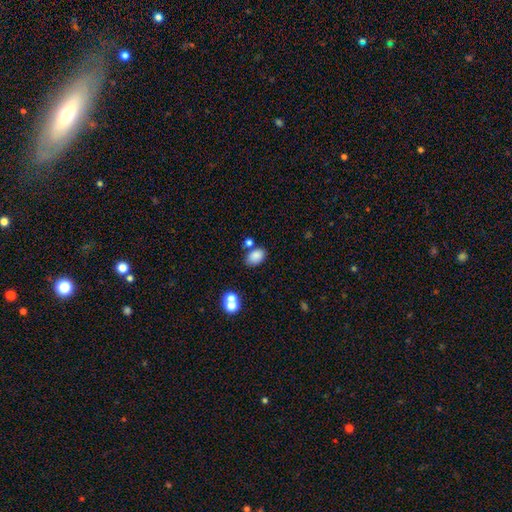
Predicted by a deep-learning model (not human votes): Smooth or featured? smooth (83%)
How rounded? in between (86%)
Merging? none (68%)